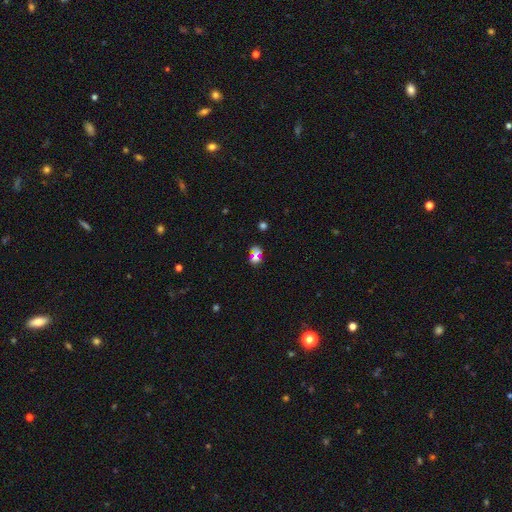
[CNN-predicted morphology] This is possibly a smooth galaxy (49%). Merging: possibly none (57%).